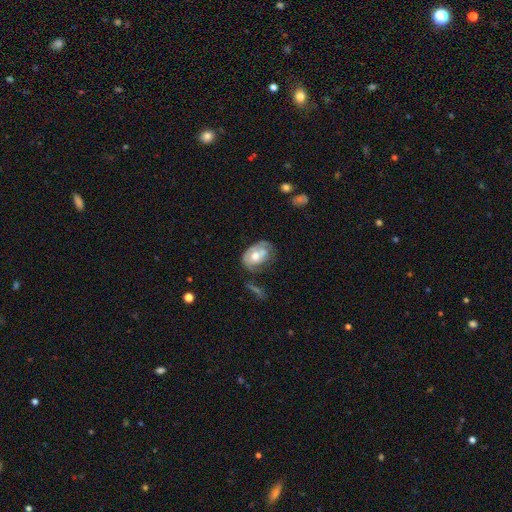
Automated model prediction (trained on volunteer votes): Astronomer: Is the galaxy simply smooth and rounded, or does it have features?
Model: featured or disk — 50% (runner-up: smooth, 43%).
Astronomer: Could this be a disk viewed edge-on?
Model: no — 95%.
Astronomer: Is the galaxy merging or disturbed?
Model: none — 37% (runner-up: minor disturbance, 31%).